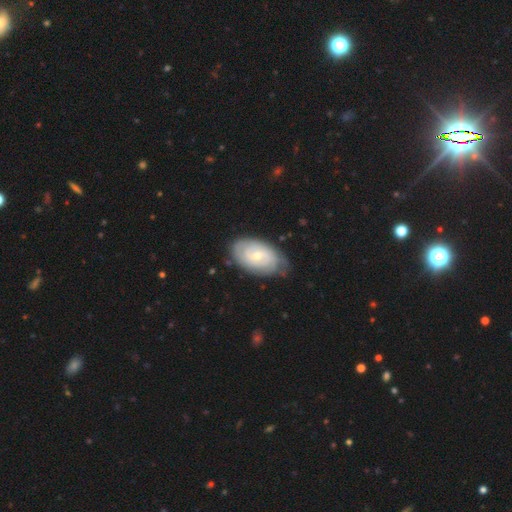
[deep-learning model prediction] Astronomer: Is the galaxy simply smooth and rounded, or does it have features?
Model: featured or disk — 75%.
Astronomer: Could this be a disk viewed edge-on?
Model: no — 95%.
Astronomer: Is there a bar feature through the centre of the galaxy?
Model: no — 61%.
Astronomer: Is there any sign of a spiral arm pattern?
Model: yes — 89%.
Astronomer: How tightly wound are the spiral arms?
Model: tight — 75%.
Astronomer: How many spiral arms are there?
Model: can't tell — 43% (runner-up: 2, 36%).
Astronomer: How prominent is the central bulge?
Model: small — 53% (runner-up: moderate, 43%).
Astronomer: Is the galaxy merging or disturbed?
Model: none — 73%.